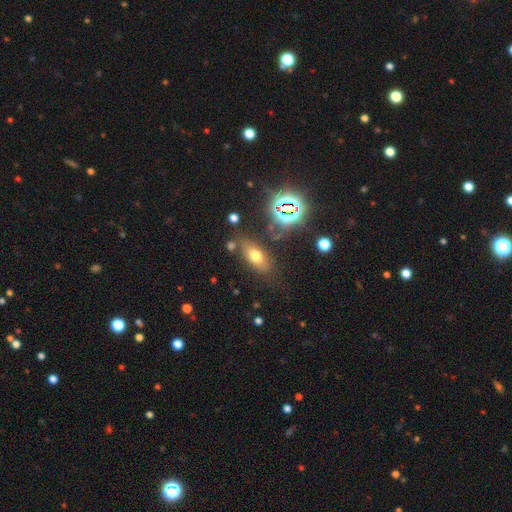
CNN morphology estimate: A smooth galaxy with no disk features (63%) that is in between round and cigar-shaped (80%).

Vote fractions:
- Smooth or featured? smooth: 63% / star or artifact: 19% / featured or disk: 18%
- How rounded? in between: 80% / cigar-shaped: 11% / round: 10%
- Merging? none: 73% / minor disturbance: 15% / merger: 7% / major disturbance: 6%